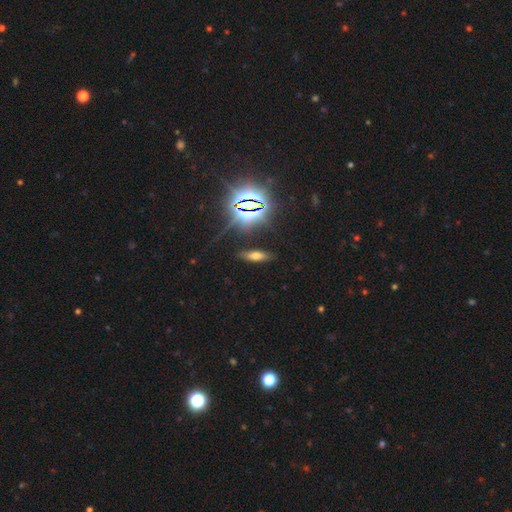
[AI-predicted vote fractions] A smooth galaxy with no disk features (51%) that is in between round and cigar-shaped (51%).

Vote fractions:
- Smooth or featured? smooth: 51% / star or artifact: 31% / featured or disk: 18%
- How rounded? in between: 51% / cigar-shaped: 44% / round: 5%
- Merging? none: 85% / minor disturbance: 10% / major disturbance: 3% / merger: 2%